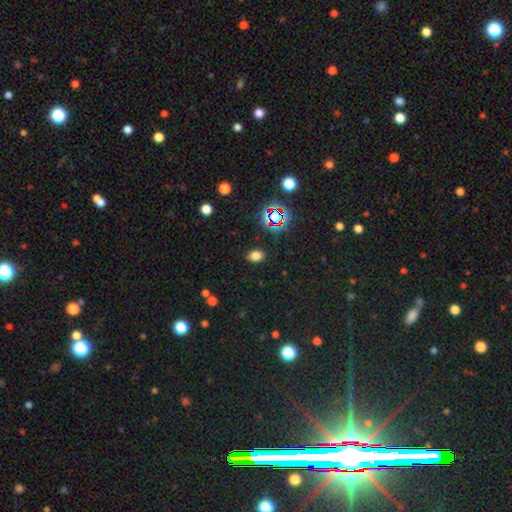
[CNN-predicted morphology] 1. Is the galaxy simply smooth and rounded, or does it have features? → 73% smooth, 22% star or artifact, 6% featured or disk.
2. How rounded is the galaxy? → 78% in between, 21% round, 1% cigar-shaped.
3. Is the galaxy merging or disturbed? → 87% none, 8% minor disturbance, 3% major disturbance, 1% merger.